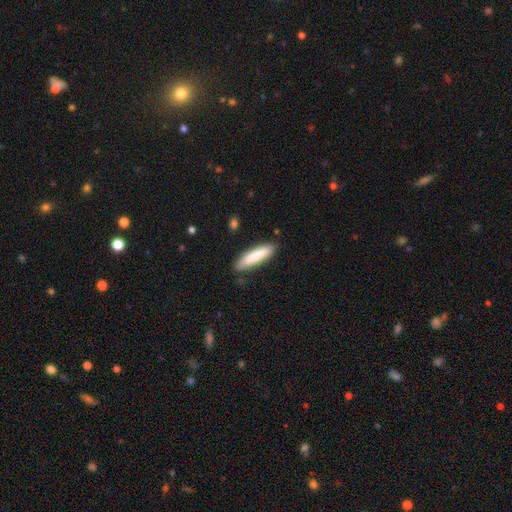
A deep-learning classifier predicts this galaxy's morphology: Smooth or featured? smooth (82%)
How rounded? cigar-shaped (79%)
Merging? none (84%)